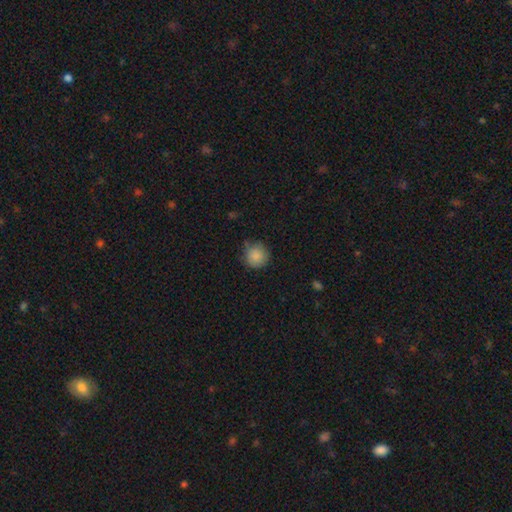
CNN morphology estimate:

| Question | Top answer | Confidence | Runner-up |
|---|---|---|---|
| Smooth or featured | smooth | 87% | star or artifact (9%) |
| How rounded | round | 93% | in between (6%) |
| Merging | none | 80% | minor disturbance (15%) |